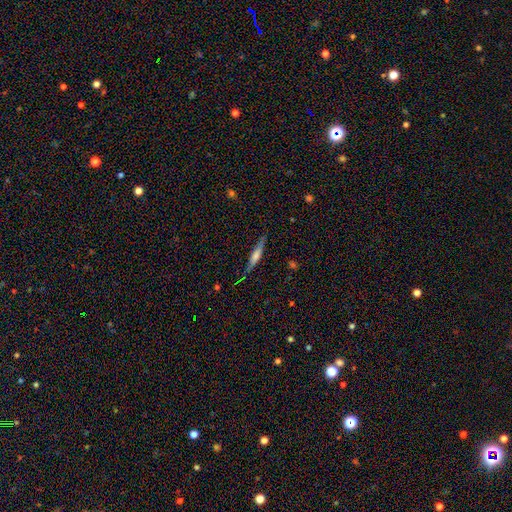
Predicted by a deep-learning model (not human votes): smooth-or-featured: featured or disk: 57% | smooth: 35% | star or artifact: 8%
  disk-edge-on: yes: 94% | no: 6%
    edge-on-bulge: rounded: 56% | boxy: 25% | none: 19%
  merging: none: 76% | minor disturbance: 17% | major disturbance: 5% | merger: 2%